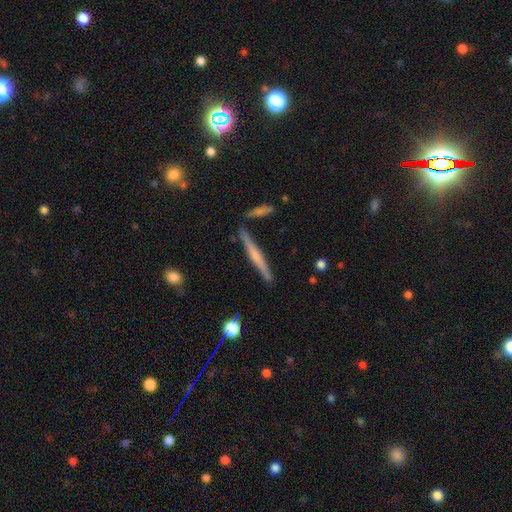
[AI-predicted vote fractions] Smooth or featured: featured or disk — 53% (smooth — 40%)
Edge-on disk: yes — 97% (no — 3%)
Edge-on bulge: none — 44% (rounded — 41%)
Merging: none — 85% (minor disturbance — 9%)